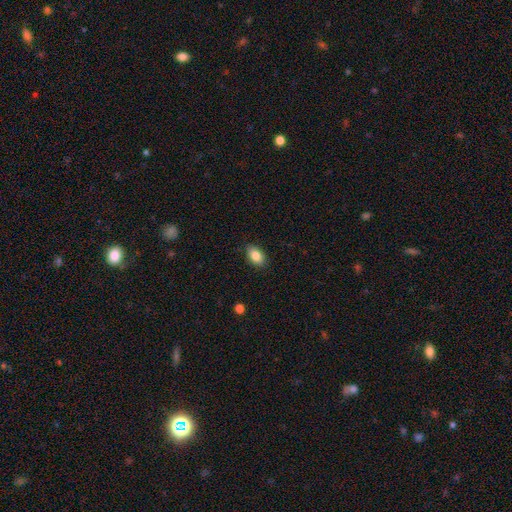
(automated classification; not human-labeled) smooth 85%, star or artifact 8%, featured or disk 7%. Down the decision tree: how rounded — in between (90%); merging — none (87%).